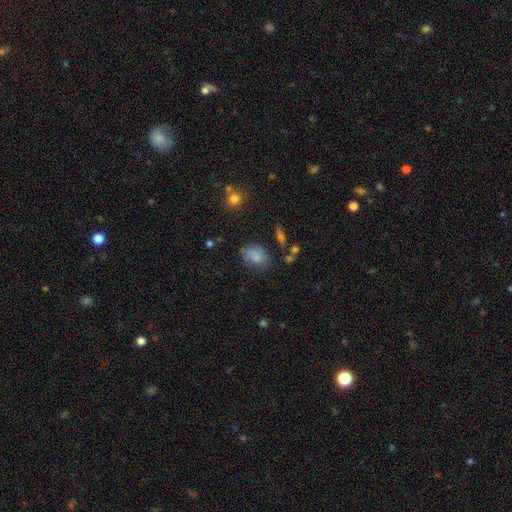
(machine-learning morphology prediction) Smooth or featured? smooth (78%)
How rounded? in between (76%)
Merging? none (54%)